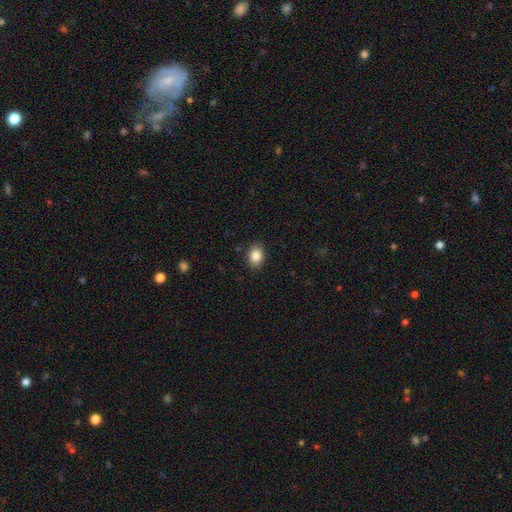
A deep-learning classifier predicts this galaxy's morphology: Smooth or featured?
  - smooth: 86% *
  - star or artifact: 8%
  - featured or disk: 6%
How rounded?
  - in between: 70% *
  - round: 29%
  - cigar-shaped: 1%
Merging?
  - none: 88% *
  - minor disturbance: 9%
  - major disturbance: 2%
  - merger: 1%